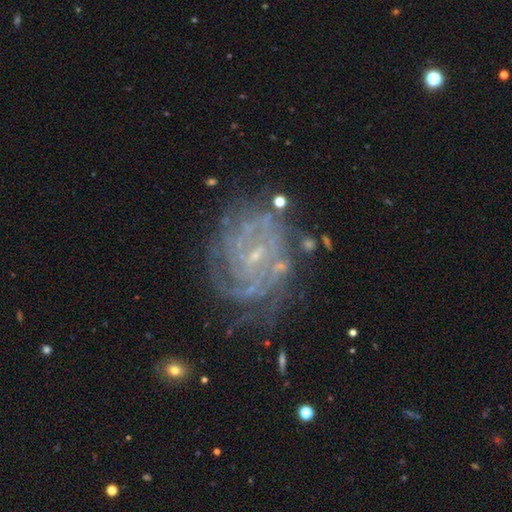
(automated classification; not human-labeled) Q: Smooth or featured?
A: featured or disk (86%); runner-up: star or artifact (8%)
Q: Edge-on disk?
A: no (97%); runner-up: yes (3%)
Q: Bar?
A: no (48%); runner-up: weak (40%)
Q: Spiral arms?
A: yes (95%); runner-up: no (5%)
Q: Spiral winding?
A: tight (71%); runner-up: medium (24%)
Q: Spiral arm count?
A: can't tell (32%); runner-up: 4 (18%)
Q: Bulge size?
A: small (82%); runner-up: moderate (9%)
Q: Merging?
A: none (63%); runner-up: minor disturbance (22%)